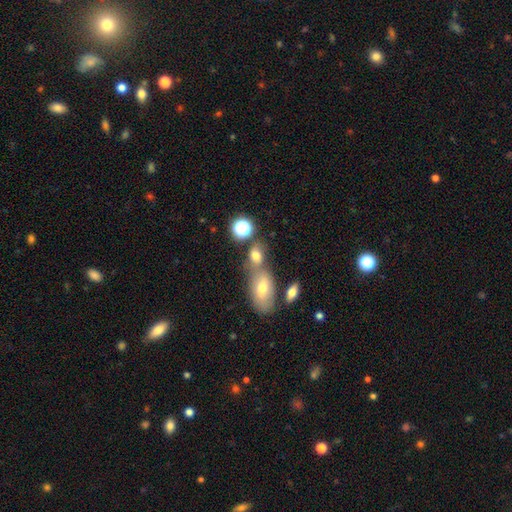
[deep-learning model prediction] Smooth or featured: smooth — 72% (star or artifact — 15%)
How rounded: in between — 68% (round — 28%)
Merging: none — 43% (merger — 41%)